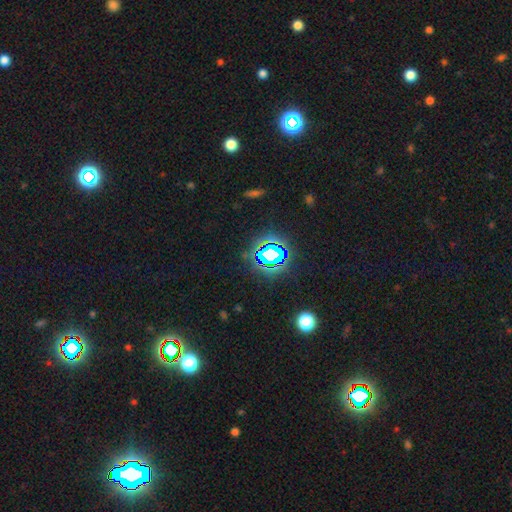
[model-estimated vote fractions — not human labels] This is clearly a star or artifact rather than a galaxy (80%).